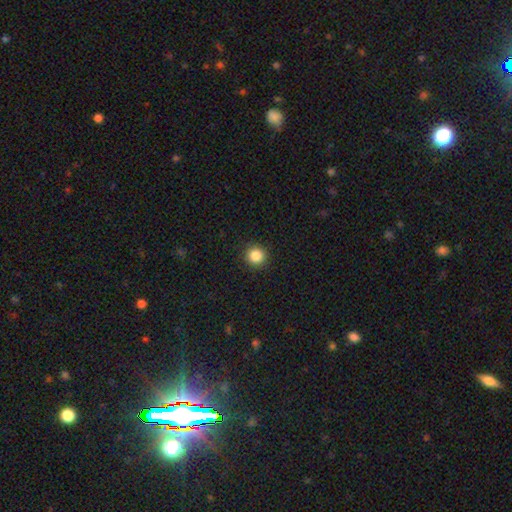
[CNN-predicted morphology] smooth_or_featured: smooth (p=0.86) [alt: star or artifact p=0.11]
how_rounded: round (p=0.94) [alt: in between p=0.05]
merging: none (p=0.92) [alt: minor disturbance p=0.05]